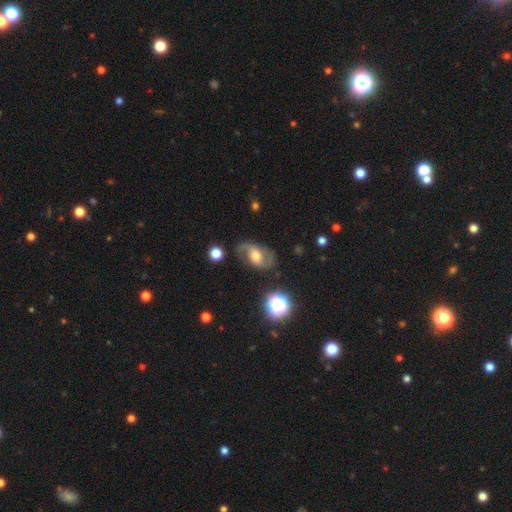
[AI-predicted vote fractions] This appears to be a featured or disk galaxy (71%) with no bar (43%, tied with weak), 2 (87%) medium (45%) spiral arms (89%) and a moderate central bulge (58%). Merging: none (69%).